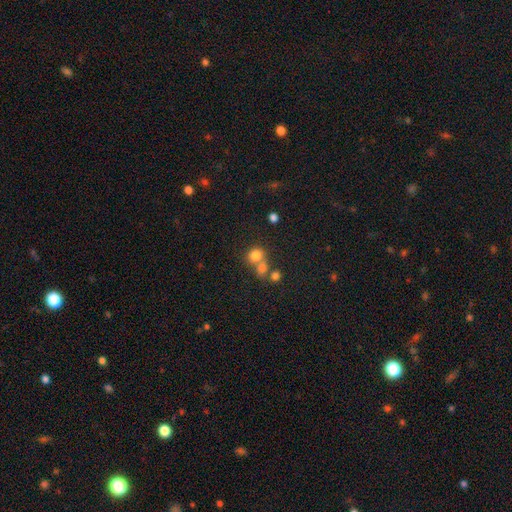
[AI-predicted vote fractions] The model was most divided on "merging": none: 47%, merger: 40%, minor disturbance: 9%, major disturbance: 4%. More confident: how rounded — round (78%); smooth or featured — smooth (77%).